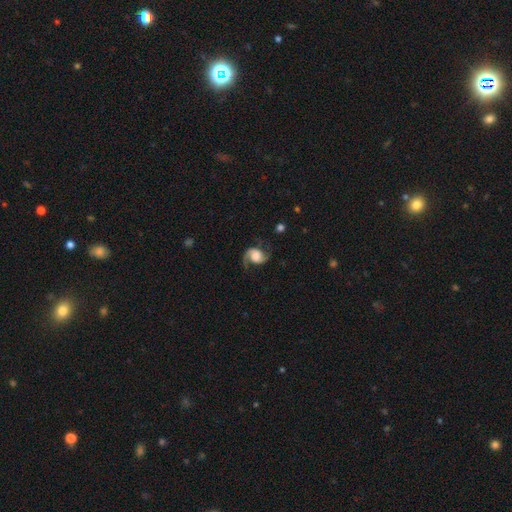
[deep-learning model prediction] This appears to be a featured or disk galaxy (84%) with no bar (61%), 2 (91%) medium (45%) spiral arms (97%) and a large central bulge (43%). Merging: none (74%).